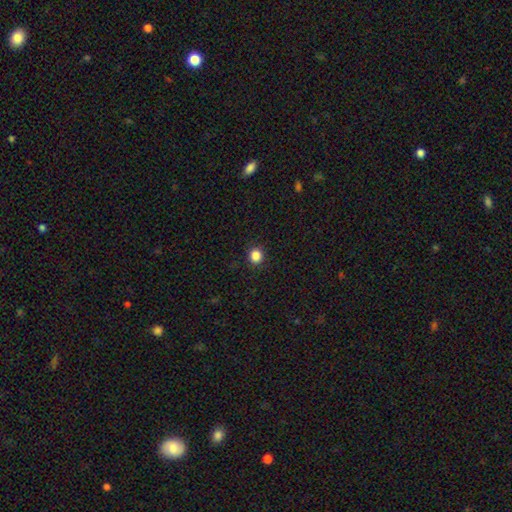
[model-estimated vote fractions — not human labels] The model was most divided on "smooth or featured": smooth: 85%, star or artifact: 11%, featured or disk: 3%. More confident: merging — none (92%); how rounded — round (87%).